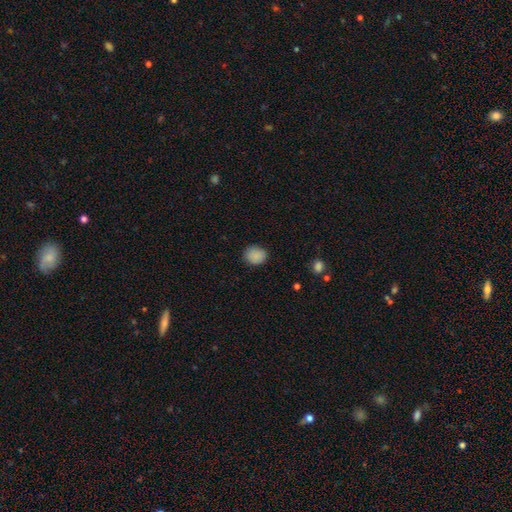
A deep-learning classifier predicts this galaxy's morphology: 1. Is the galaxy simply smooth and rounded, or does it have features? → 87% smooth, 9% star or artifact, 4% featured or disk.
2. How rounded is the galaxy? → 69% round, 31% in between, 1% cigar-shaped.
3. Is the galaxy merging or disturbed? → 85% none, 12% minor disturbance, 3% major disturbance, 1% merger.